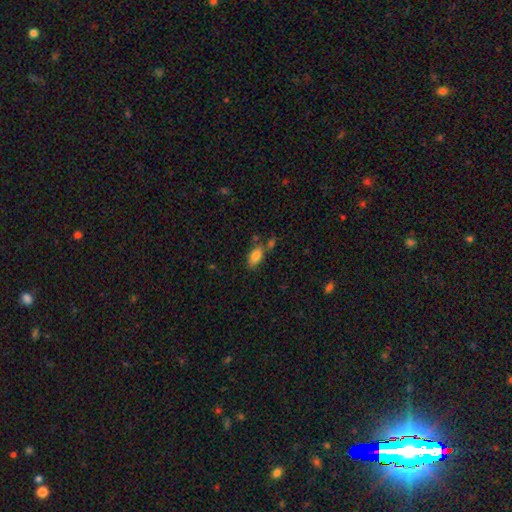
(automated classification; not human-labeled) A smooth galaxy with no disk features (84%) that is in between round and cigar-shaped (90%).

Vote fractions:
- Smooth or featured? smooth: 84% / star or artifact: 9% / featured or disk: 8%
- How rounded? in between: 90% / cigar-shaped: 6% / round: 5%
- Merging? none: 60% / minor disturbance: 18% / merger: 17% / major disturbance: 6%